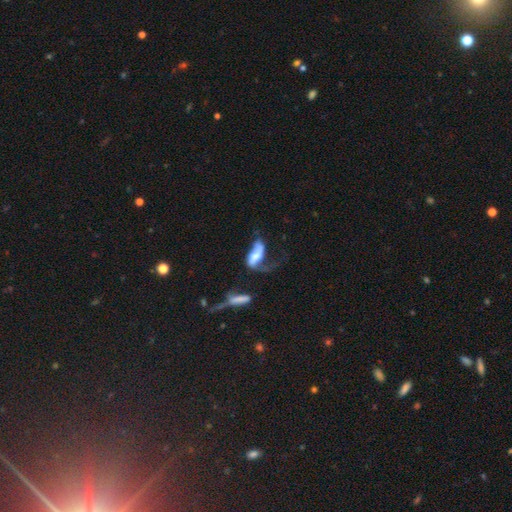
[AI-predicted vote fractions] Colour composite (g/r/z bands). It shows a featured or disk galaxy (52%). Merging: major disturbance (46%).